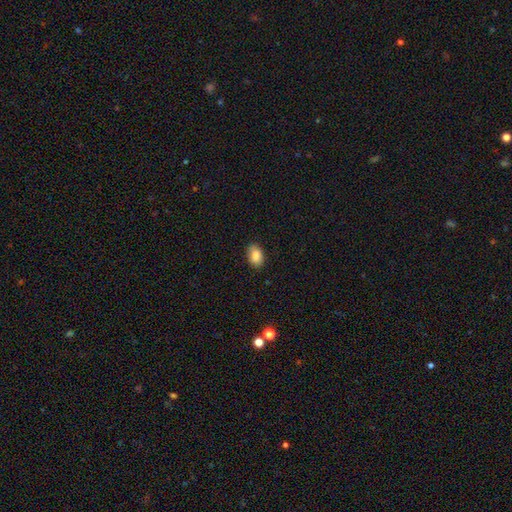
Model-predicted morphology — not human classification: Overall: smooth (88%). How rounded: in between (88%). Merging: none (84%).